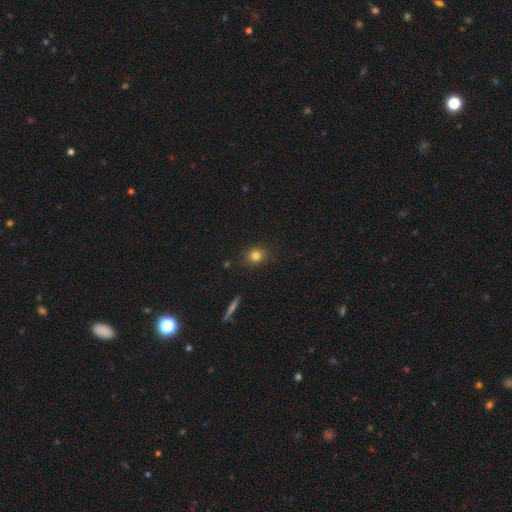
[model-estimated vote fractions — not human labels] The model was most divided on "how rounded": round: 63%, in between: 35%, cigar-shaped: 2%. More confident: merging — none (87%); smooth or featured — smooth (80%).